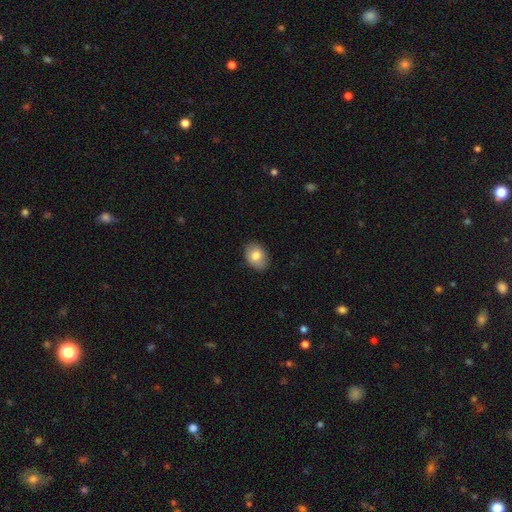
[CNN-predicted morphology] Smooth or featured? Predicted: smooth (p=0.82). How rounded? Predicted: in between (p=0.74). Merging? Predicted: none (p=0.87).